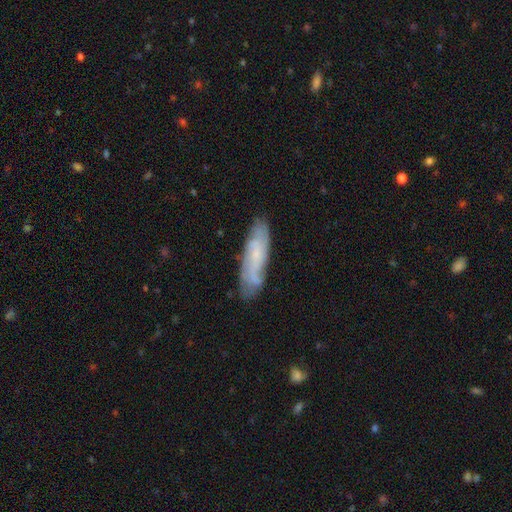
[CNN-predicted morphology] A featured or disk galaxy (64%) with no bar (64%), spiral arms (89%) and a small central bulge (73%).

Vote fractions:
- Smooth or featured? featured or disk: 64% / smooth: 28% / star or artifact: 7%
- Edge-on disk? no: 78% / yes: 22%
- Bar? no: 64% / weak: 30% / strong: 7%
- Spiral arms? yes: 89% / no: 11%
- Bulge size? small: 73% / moderate: 14% / none: 11% / large: 1% / dominant: 1%
- Merging? none: 78% / minor disturbance: 17% / major disturbance: 4% / merger: 2%